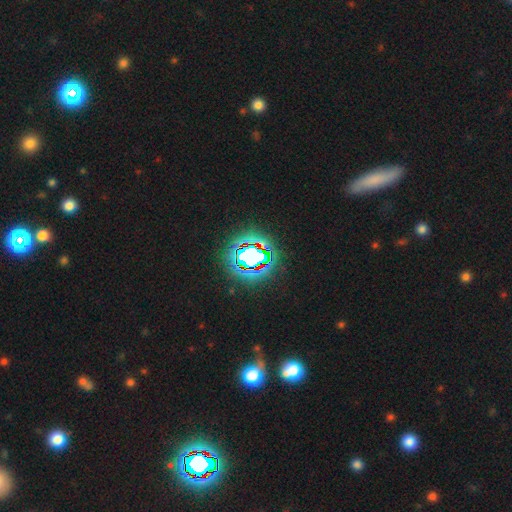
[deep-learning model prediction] Smooth or featured? star or artifact (63%)